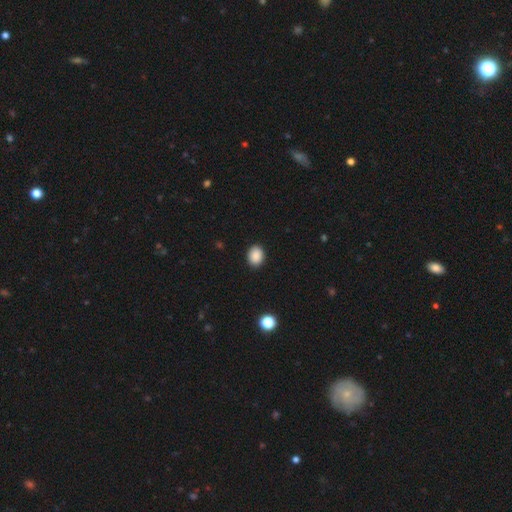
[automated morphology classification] Smooth or featured: smooth — 89% (star or artifact — 8%)
How rounded: in between — 55% (round — 44%)
Merging: none — 90% (minor disturbance — 7%)